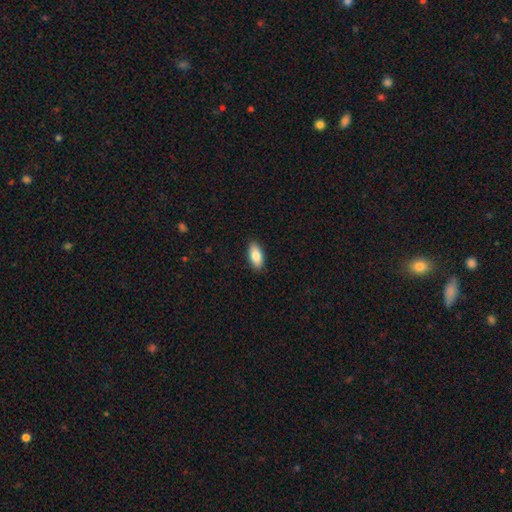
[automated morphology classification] The model was most divided on "smooth or featured": smooth: 84%, featured or disk: 10%, star or artifact: 6%. More confident: merging — none (89%); how rounded — in between (88%).